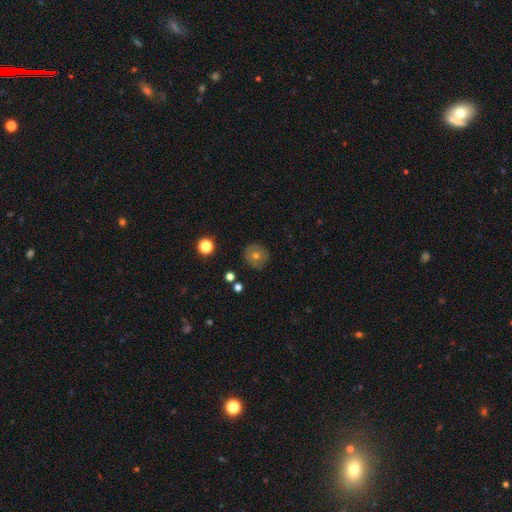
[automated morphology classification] smooth 59%, featured or disk 29%, star or artifact 12%. Down the decision tree: how rounded — round (91%); merging — none (86%).